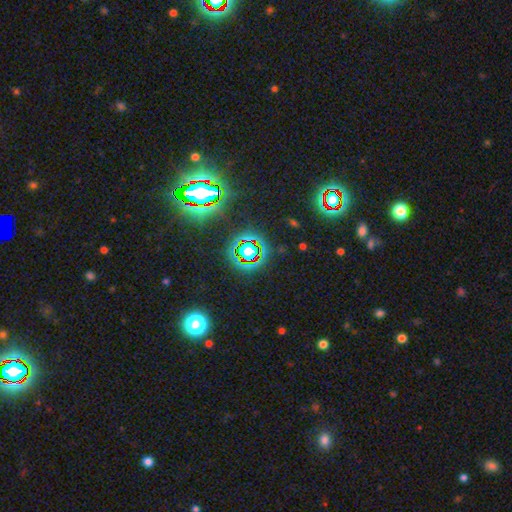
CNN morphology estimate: type=star or artifact (78%).